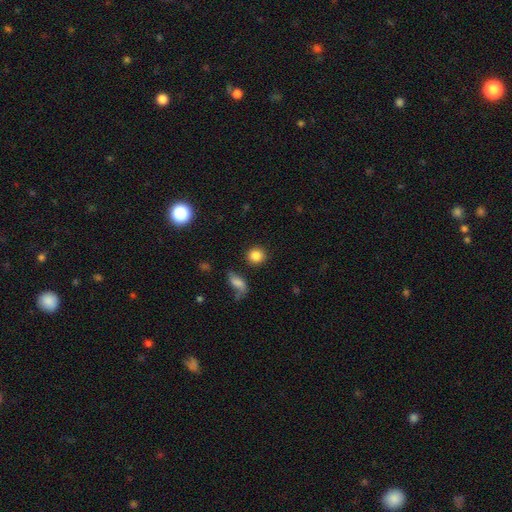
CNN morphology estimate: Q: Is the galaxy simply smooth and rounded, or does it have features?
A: smooth — 84%.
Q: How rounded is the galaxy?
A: round — 89%.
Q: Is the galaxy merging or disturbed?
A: none — 85%.